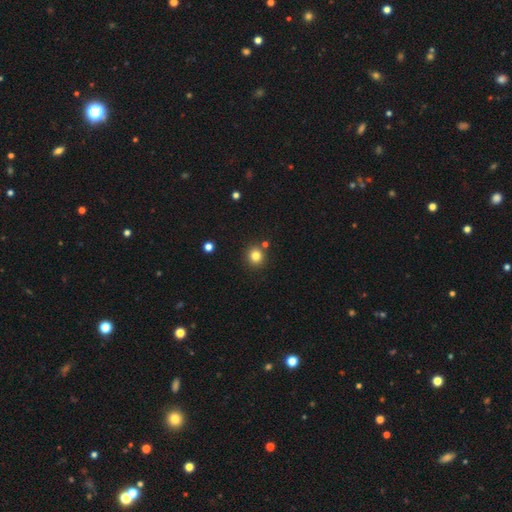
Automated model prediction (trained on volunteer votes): Smooth or featured? Predicted: smooth (p=0.81). How rounded? Predicted: round (p=0.92). Merging? Predicted: none (p=0.85).